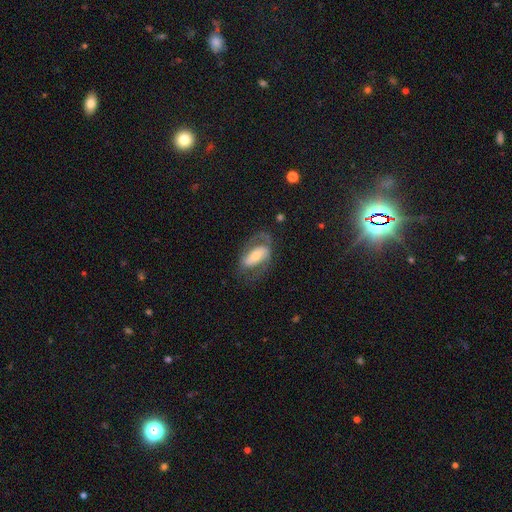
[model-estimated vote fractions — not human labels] Smooth or featured: featured or disk — 70% (smooth — 24%)
Edge-on disk: no — 92% (yes — 8%)
Bar: strong — 46% (weak — 29%)
Spiral arms: yes — 77% (no — 23%)
Bulge size: moderate — 48% (small — 39%)
Merging: none — 64% (minor disturbance — 18%)